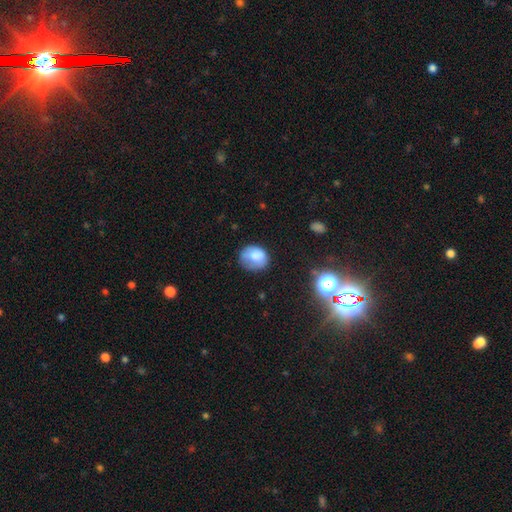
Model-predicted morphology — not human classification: A smooth galaxy with no disk features (77%) that is round (60%). Merging: none (53%).